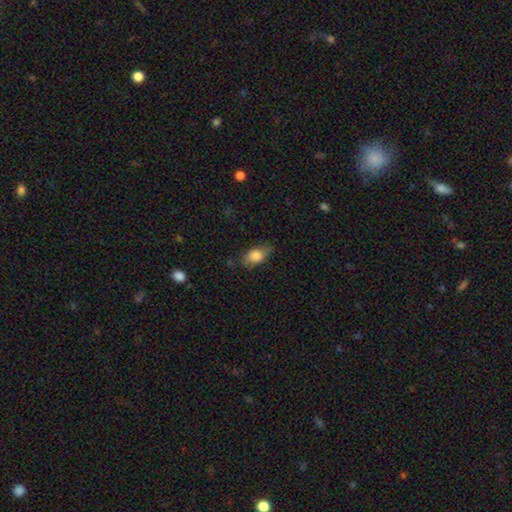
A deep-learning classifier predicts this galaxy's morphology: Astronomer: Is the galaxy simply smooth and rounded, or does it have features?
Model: smooth — 80%.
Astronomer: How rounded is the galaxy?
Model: in between — 85%.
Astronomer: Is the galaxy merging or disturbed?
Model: none — 67%.